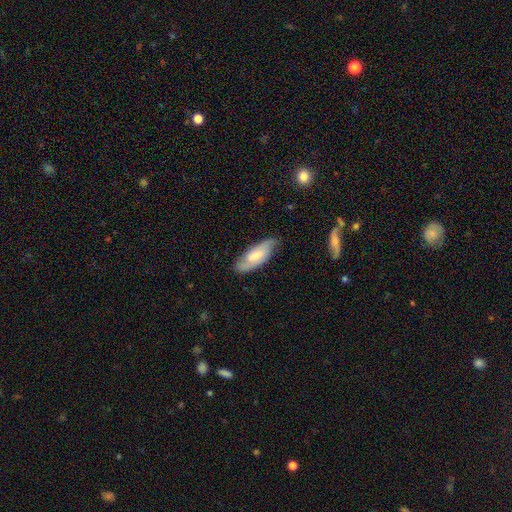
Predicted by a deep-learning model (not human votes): The model was most divided on "smooth or featured": featured or disk: 51%, smooth: 43%, star or artifact: 6%. More confident: edge-on disk — no (83%); merging — none (74%).